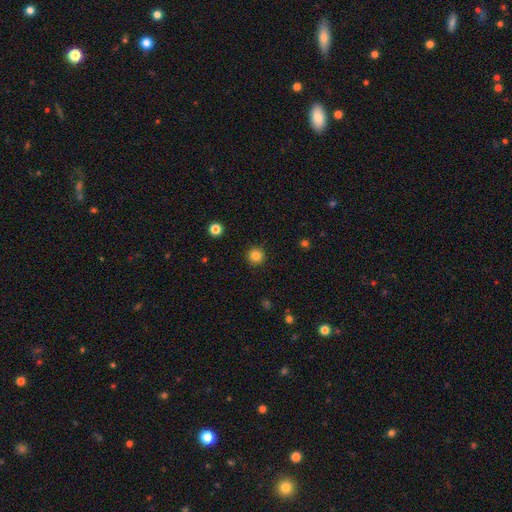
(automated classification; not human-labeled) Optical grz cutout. It shows a smooth galaxy with no disk features (83%) that is round (96%). Merging: none (92%).